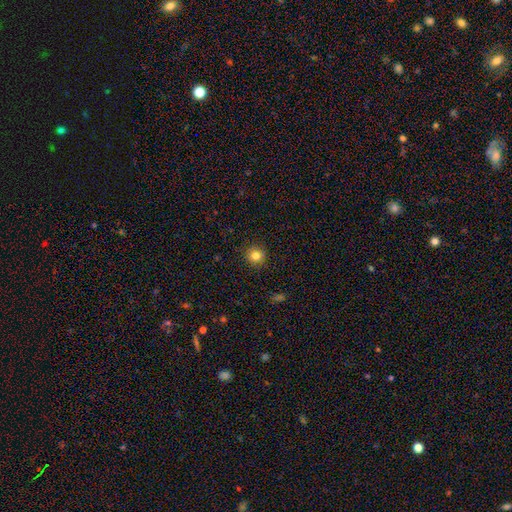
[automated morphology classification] This appears to be a smooth galaxy with no disk features (83%) that is round (94%). Merging: none (91%).